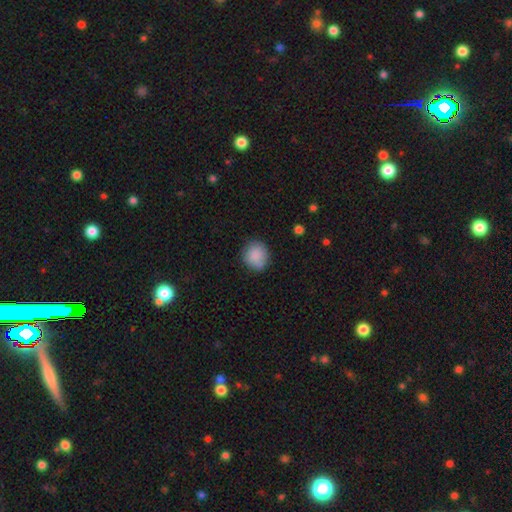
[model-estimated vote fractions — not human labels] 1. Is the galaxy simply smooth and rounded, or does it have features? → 87% smooth, 8% star or artifact, 5% featured or disk.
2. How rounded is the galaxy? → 84% round, 15% in between, 1% cigar-shaped.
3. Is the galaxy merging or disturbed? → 80% none, 15% minor disturbance, 3% major disturbance, 2% merger.